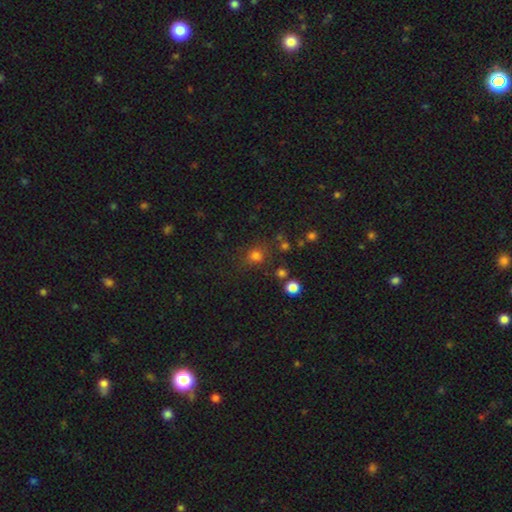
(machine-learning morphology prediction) The model was most divided on "smooth or featured": smooth: 75%, star or artifact: 18%, featured or disk: 7%. More confident: how rounded — round (79%); merging — none (71%).